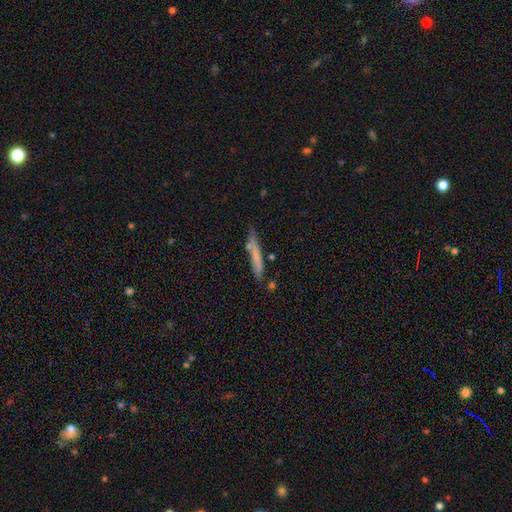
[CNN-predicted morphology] smooth-or-featured: smooth: 67% | featured or disk: 26% | star or artifact: 7%
  how-rounded: cigar-shaped: 94% | in between: 4% | round: 1%
  merging: none: 77% | minor disturbance: 15% | merger: 5% | major disturbance: 3%